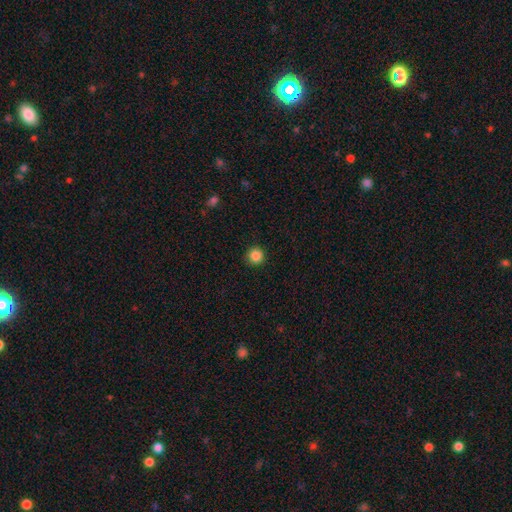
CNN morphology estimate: Smooth or featured?
  - smooth: 86% *
  - star or artifact: 11%
  - featured or disk: 3%
How rounded?
  - round: 95% *
  - in between: 4%
  - cigar-shaped: 1%
Merging?
  - none: 92% *
  - minor disturbance: 5%
  - major disturbance: 2%
  - merger: 1%